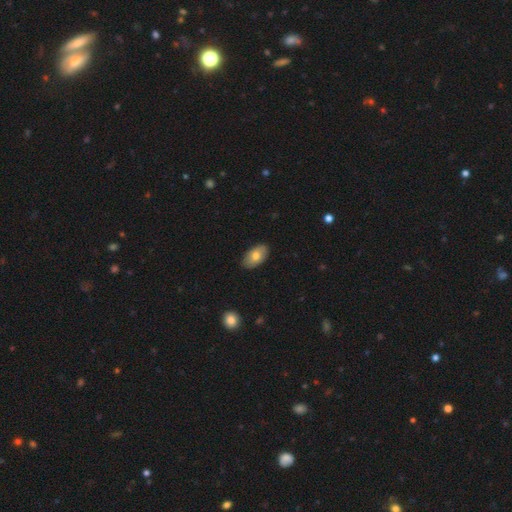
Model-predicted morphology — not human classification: The model was most divided on "smooth or featured": smooth: 74%, featured or disk: 20%, star or artifact: 7%. More confident: how rounded — in between (94%); merging — none (84%).